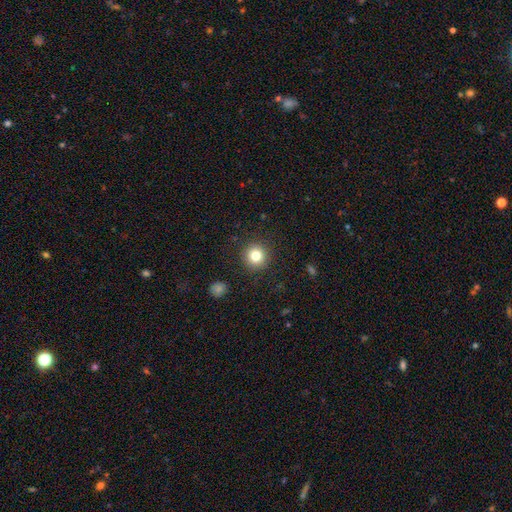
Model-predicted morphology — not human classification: Smooth or featured: smooth — 81% (star or artifact — 11%)
How rounded: round — 94% (in between — 5%)
Merging: none — 91% (minor disturbance — 6%)